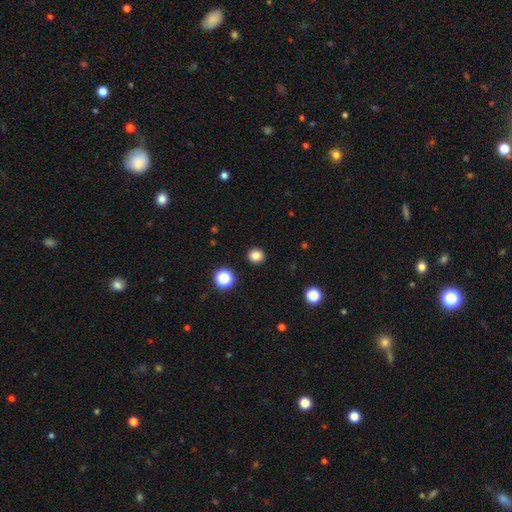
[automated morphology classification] type=smooth (84%); roundness=round (89%); merging=none (91%).